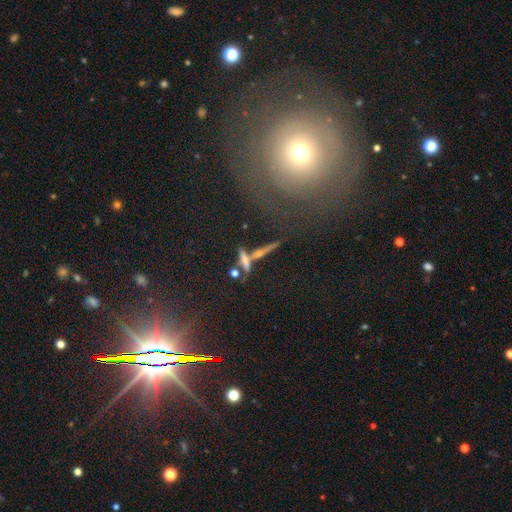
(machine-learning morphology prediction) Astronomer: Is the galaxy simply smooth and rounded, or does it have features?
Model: featured or disk — 39% (runner-up: smooth, 32%).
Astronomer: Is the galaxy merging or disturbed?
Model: none — 68%.